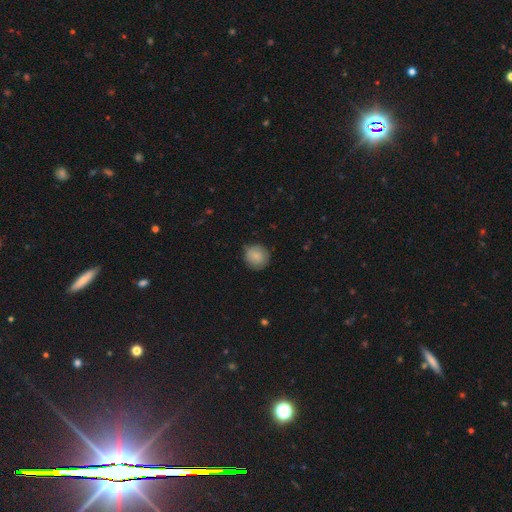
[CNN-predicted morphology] type=smooth (84%); roundness=round (91%); merging=none (78%).